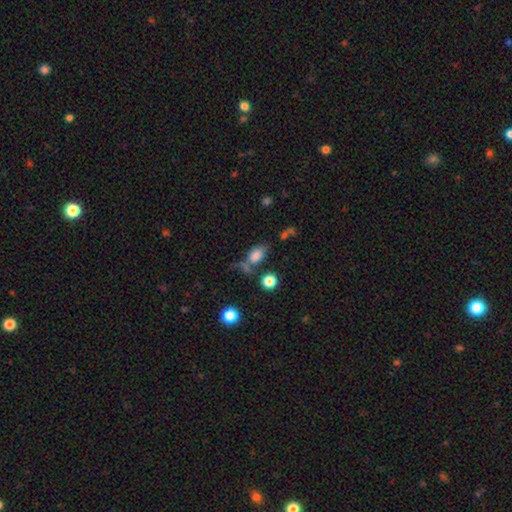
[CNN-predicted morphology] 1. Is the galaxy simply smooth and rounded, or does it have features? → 78% smooth, 12% star or artifact, 10% featured or disk.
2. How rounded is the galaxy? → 82% in between, 15% round, 3% cigar-shaped.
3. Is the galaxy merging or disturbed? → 47% none, 23% merger, 18% minor disturbance, 12% major disturbance.